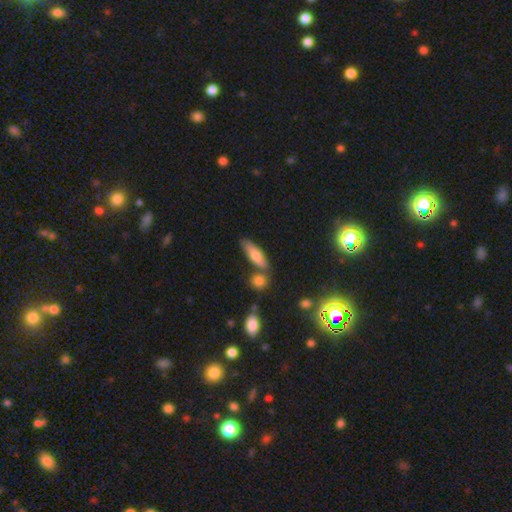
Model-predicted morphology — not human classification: This is likely a smooth galaxy (73%). How rounded: possibly in between (49%). Merging: likely none (66%).